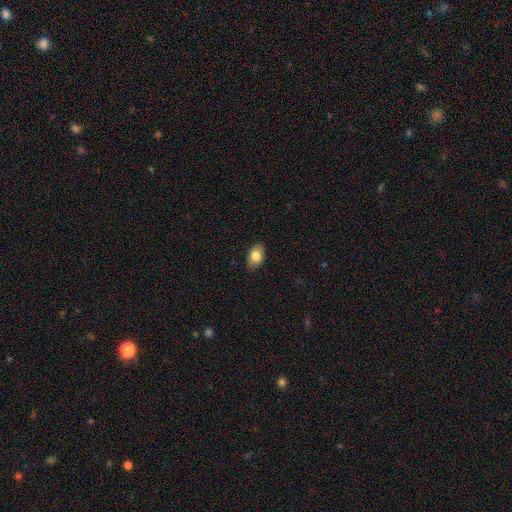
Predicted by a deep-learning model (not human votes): smooth-or-featured: smooth: 82% | featured or disk: 10% | star or artifact: 7%
  how-rounded: in between: 88% | round: 11% | cigar-shaped: 1%
  merging: none: 85% | minor disturbance: 12% | major disturbance: 2% | merger: 1%